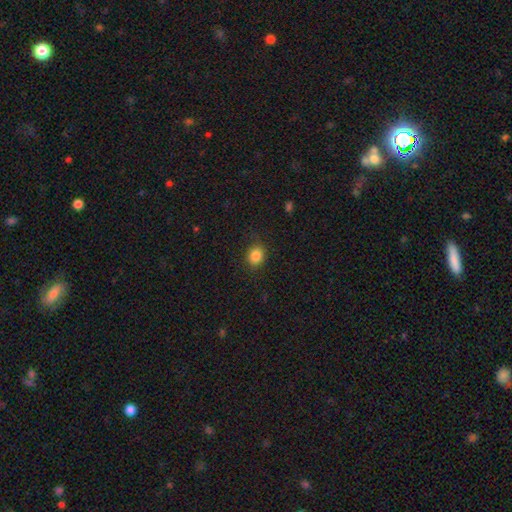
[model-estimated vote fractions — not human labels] Smooth or featured? smooth (85%)
How rounded? round (64%)
Merging? none (84%)